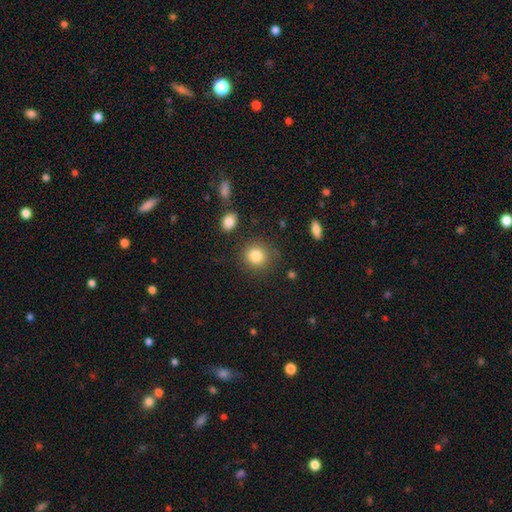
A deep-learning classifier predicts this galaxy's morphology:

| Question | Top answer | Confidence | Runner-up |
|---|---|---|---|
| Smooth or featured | smooth | 85% | star or artifact (9%) |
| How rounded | round | 85% | in between (14%) |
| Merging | none | 81% | minor disturbance (11%) |